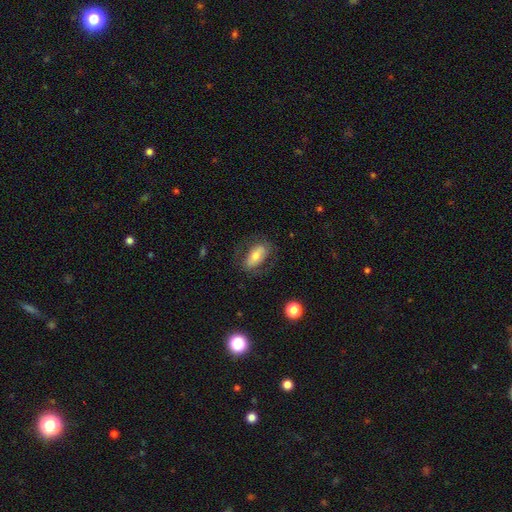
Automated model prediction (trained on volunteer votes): This appears to be a smooth galaxy with no disk features (59%) that is in between round and cigar-shaped (88%). Merging: none (71%).